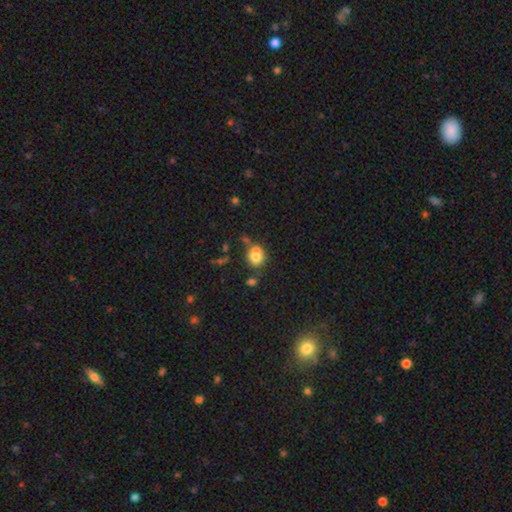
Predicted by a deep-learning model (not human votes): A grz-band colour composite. It shows a smooth galaxy with no disk features (74%) that is round (76%). Merging: none (46%).